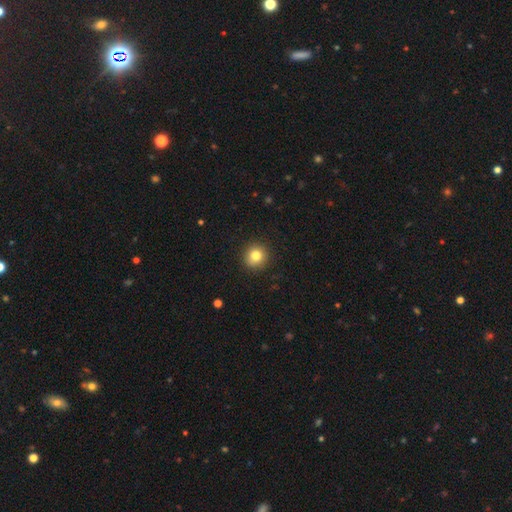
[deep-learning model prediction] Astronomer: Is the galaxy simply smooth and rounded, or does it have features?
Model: smooth — 82%.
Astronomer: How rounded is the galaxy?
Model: round — 91%.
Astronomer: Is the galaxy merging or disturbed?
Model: none — 91%.